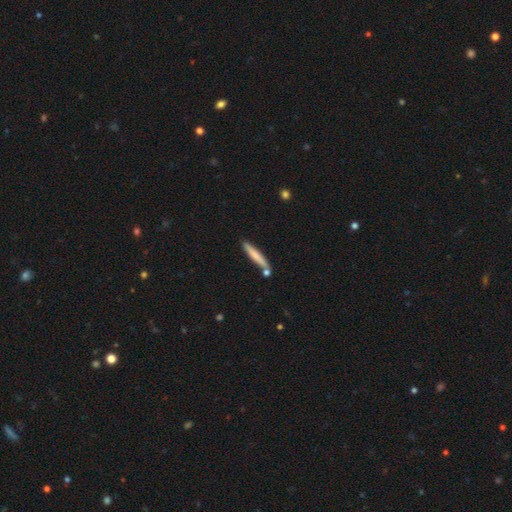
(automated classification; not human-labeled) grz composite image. It shows a smooth galaxy with no disk features (70%) that is cigar-shaped (94%). Merging: none (76%).